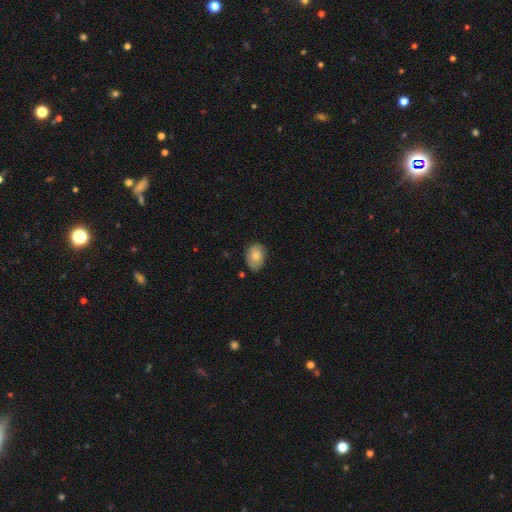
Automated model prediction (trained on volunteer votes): Q: Smooth or featured?
A: smooth (74%); runner-up: featured or disk (18%)
Q: How rounded?
A: in between (75%); runner-up: round (24%)
Q: Merging?
A: none (75%); runner-up: minor disturbance (19%)